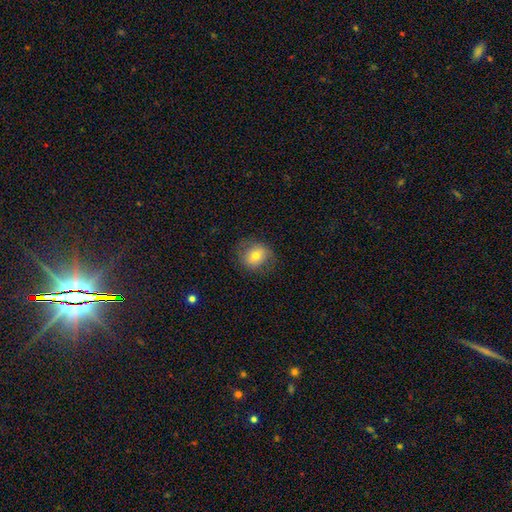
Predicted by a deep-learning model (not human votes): smooth 69%, featured or disk 23%, star or artifact 9%. Down the decision tree: how rounded — round (70%); merging — none (78%).